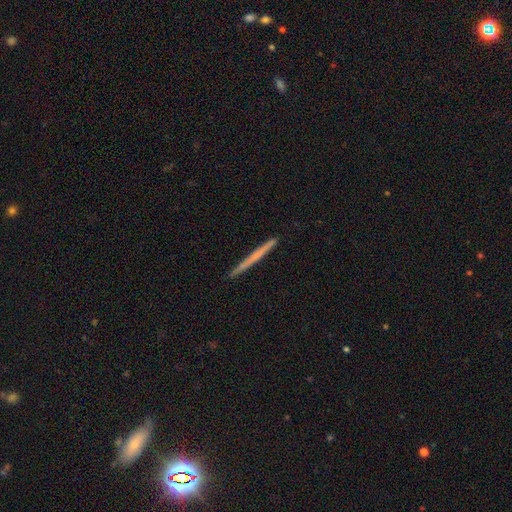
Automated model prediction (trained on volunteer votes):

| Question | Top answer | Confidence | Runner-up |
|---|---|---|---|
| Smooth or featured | smooth | 49% | featured or disk (46%) |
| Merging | none | 92% | minor disturbance (6%) |